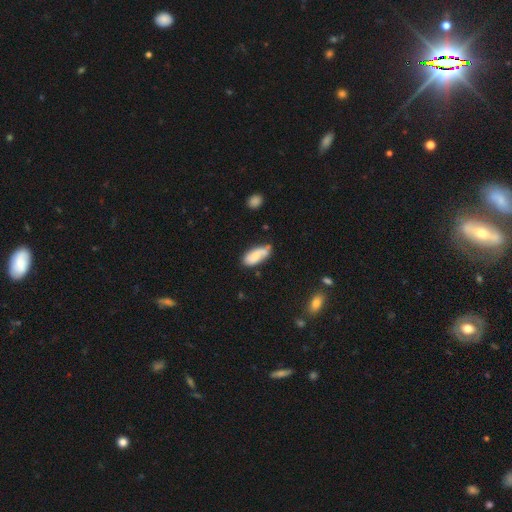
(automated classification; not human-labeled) smooth_or_featured: smooth (p=0.56) [alt: featured or disk p=0.36]
how_rounded: in between (p=0.86) [alt: cigar-shaped p=0.11]
merging: none (p=0.55) [alt: minor disturbance p=0.30]